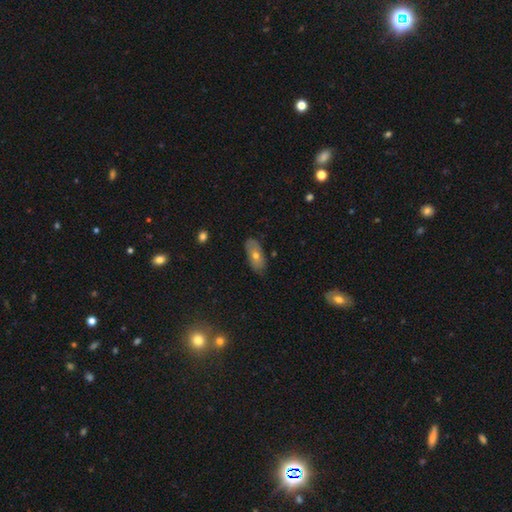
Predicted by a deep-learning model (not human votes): Overall: smooth (57%; featured or disk 35%). How rounded: in between (87%). Merging: none (77%).